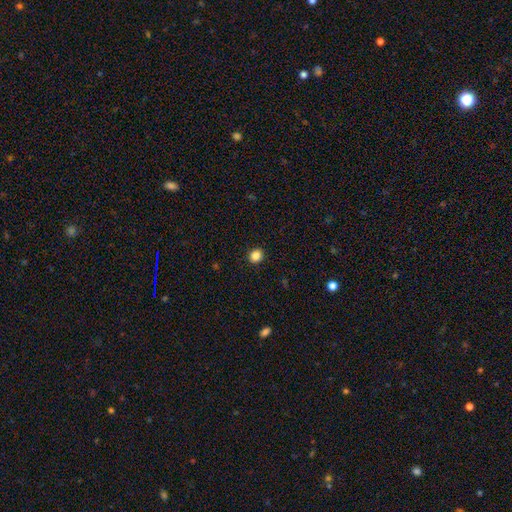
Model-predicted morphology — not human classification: Overall: smooth (86%). How rounded: round (87%). Merging: none (92%).